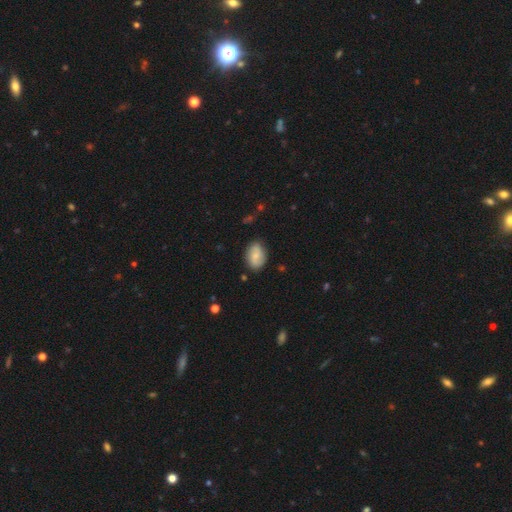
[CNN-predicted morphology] The model was most divided on "smooth or featured": smooth: 59%, featured or disk: 34%, star or artifact: 7%. More confident: how rounded — in between (82%); merging — none (79%).